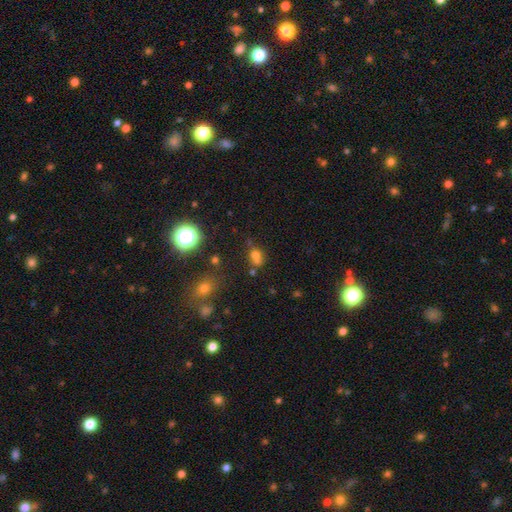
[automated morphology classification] The model was most divided on "how rounded": round: 55%, in between: 43%, cigar-shaped: 2%. Remaining: smooth or featured — smooth (65%); merging — none (44%).